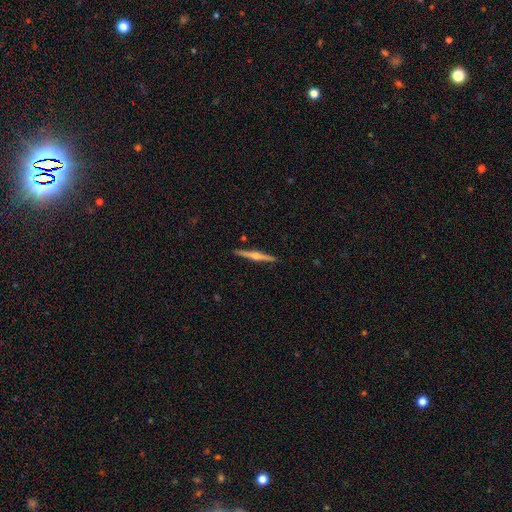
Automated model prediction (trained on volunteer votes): This is likely a featured or disk galaxy (78%). It is clearly viewed edge-on (98%). Edge-on bulge: clearly rounded (89%). Merging: clearly none (92%).